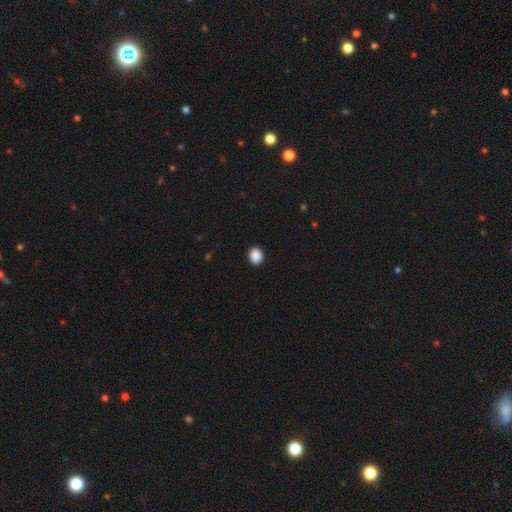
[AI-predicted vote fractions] Smooth or featured? Predicted: smooth (p=0.90). How rounded? Predicted: round (p=0.54). Merging? Predicted: none (p=0.92).